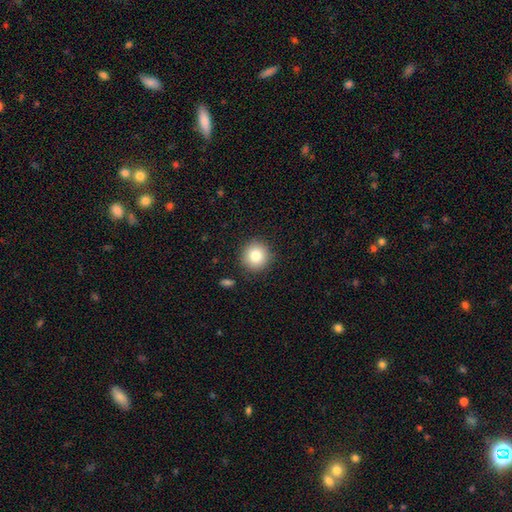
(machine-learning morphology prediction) Smooth or featured? smooth (81%)
How rounded? round (92%)
Merging? none (89%)